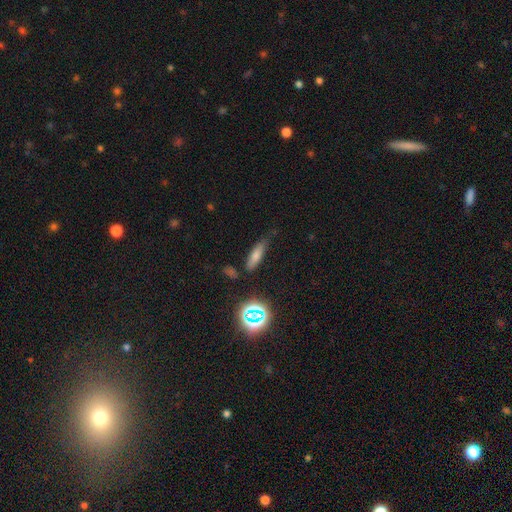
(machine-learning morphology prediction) The model was most divided on "how rounded": cigar-shaped: 55%, in between: 40%, round: 4%. More confident: smooth or featured — smooth (67%); merging — none (66%).